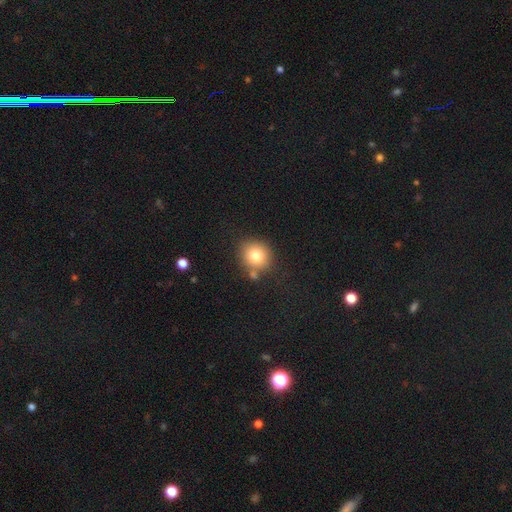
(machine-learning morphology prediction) type=smooth (79%); roundness=round (83%); merging=none (74%).